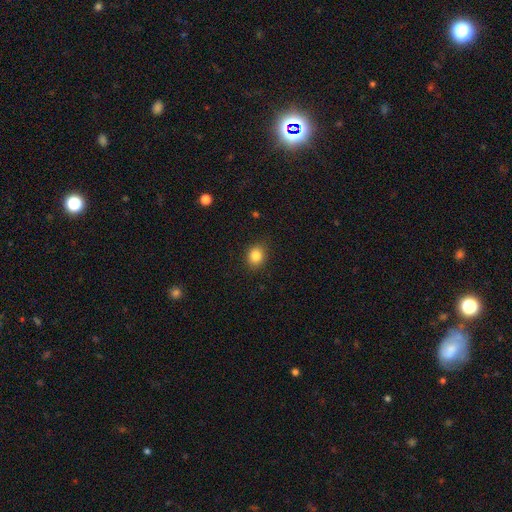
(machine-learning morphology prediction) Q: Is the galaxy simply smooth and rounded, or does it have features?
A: smooth — 85%.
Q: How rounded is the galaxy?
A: round — 67%.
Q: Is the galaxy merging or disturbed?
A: none — 86%.